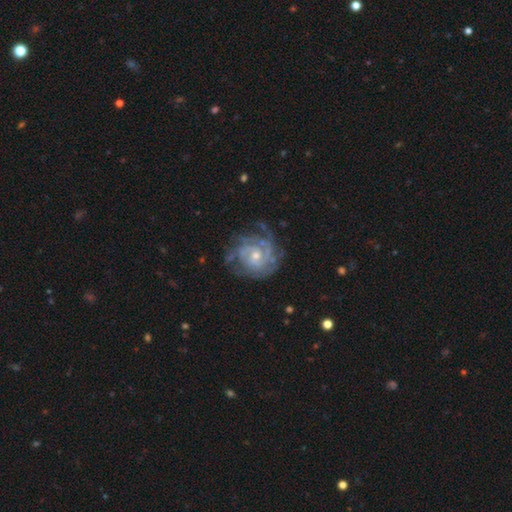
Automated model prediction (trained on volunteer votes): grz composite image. It shows a featured or disk galaxy (87%) with no bar (67%), tight (71%) spiral arms (96%) and a small central bulge (53%). Merging: none (71%).